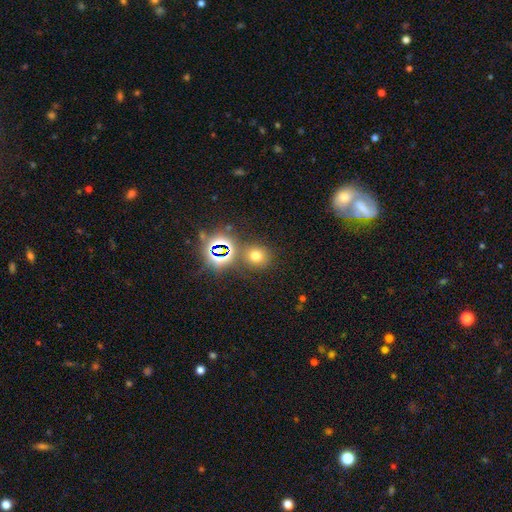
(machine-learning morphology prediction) Q: Smooth or featured?
A: smooth (63%); runner-up: star or artifact (29%)
Q: How rounded?
A: round (83%); runner-up: in between (16%)
Q: Merging?
A: none (78%); runner-up: minor disturbance (9%)